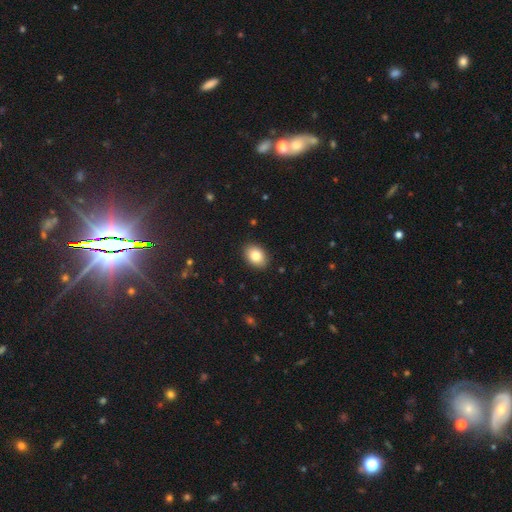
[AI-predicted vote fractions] smooth-or-featured: smooth: 83% | featured or disk: 9% | star or artifact: 8%
  how-rounded: in between: 78% | round: 21% | cigar-shaped: 1%
  merging: none: 89% | minor disturbance: 8% | major disturbance: 2% | merger: 1%